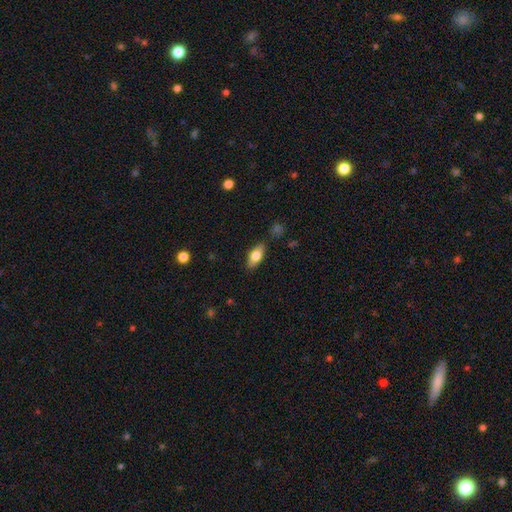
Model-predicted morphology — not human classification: type=smooth (71%); roundness=in between (82%); merging=none (84%).